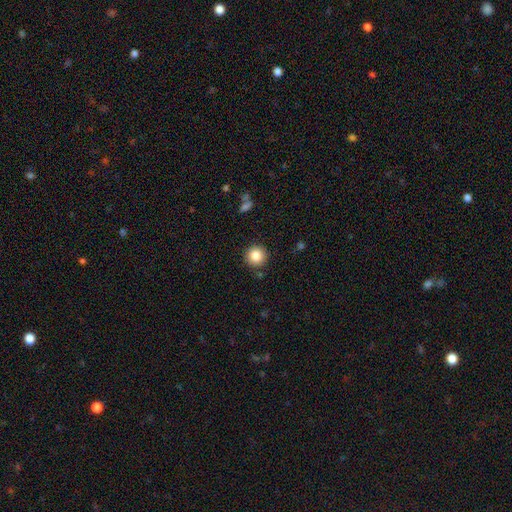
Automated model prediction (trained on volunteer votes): This appears to be a smooth galaxy with no disk features (85%) that is round (95%). Merging: none (91%).